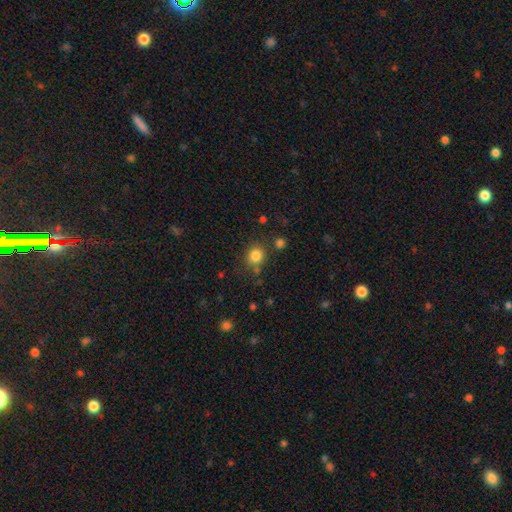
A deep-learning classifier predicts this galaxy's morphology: This is clearly a smooth galaxy (82%). How rounded: clearly round (84%). Merging: likely none (78%).